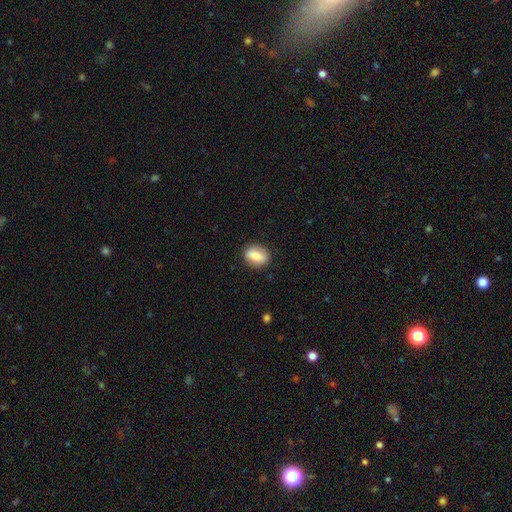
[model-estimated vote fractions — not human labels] This appears to be a smooth galaxy with no disk features (79%) that is in between round and cigar-shaped (69%). Merging: none (84%).